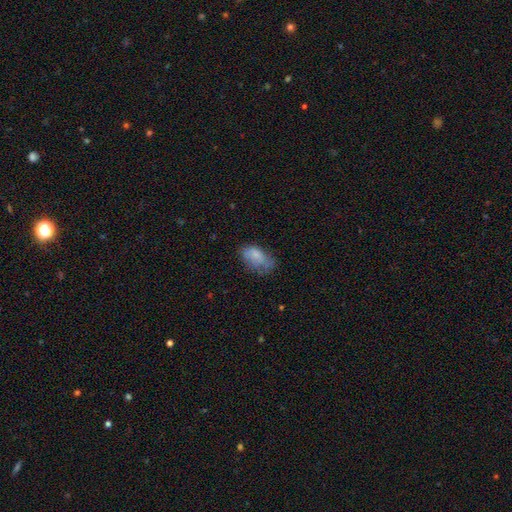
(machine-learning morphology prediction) Smooth or featured: smooth — 73% (featured or disk — 18%)
How rounded: in between — 92% (round — 6%)
Merging: none — 43% (minor disturbance — 33%)